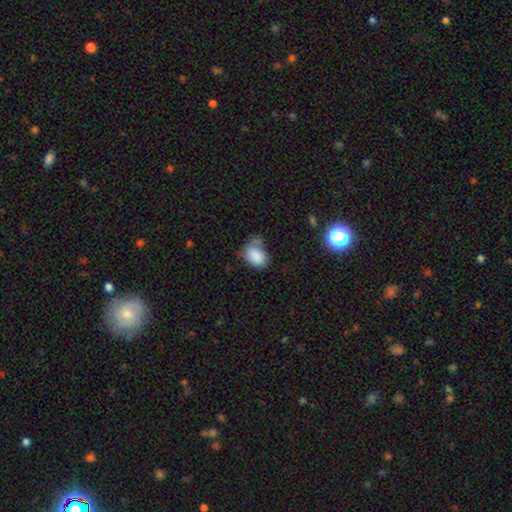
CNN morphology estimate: Q: Smooth or featured?
A: smooth (82%); runner-up: featured or disk (9%)
Q: How rounded?
A: in between (70%); runner-up: round (29%)
Q: Merging?
A: none (39%); runner-up: minor disturbance (31%)